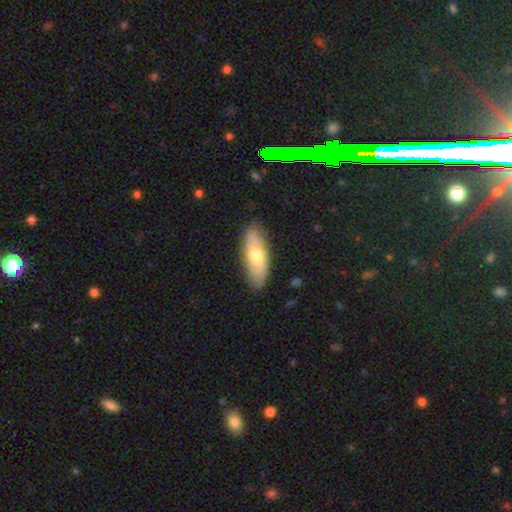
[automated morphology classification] type=smooth (55%); roundness=in between (70%); merging=none (83%).